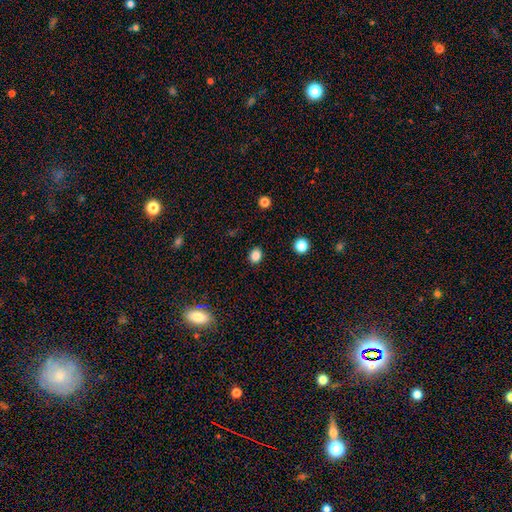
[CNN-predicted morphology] Smooth or featured? smooth (85%)
How rounded? round (55%)
Merging? none (89%)